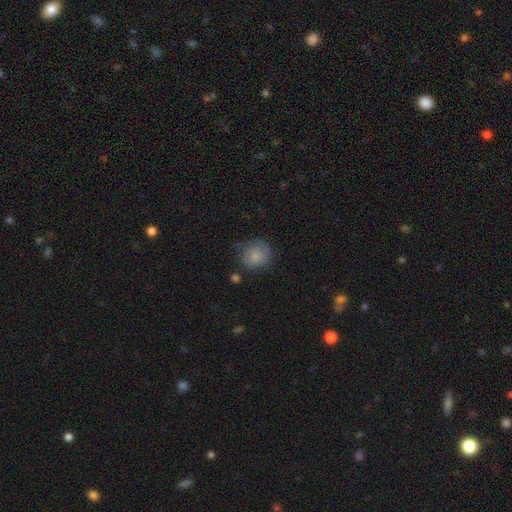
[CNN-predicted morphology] This appears to be a smooth galaxy with no disk features (73%) that is round (83%). Merging: none (60%).